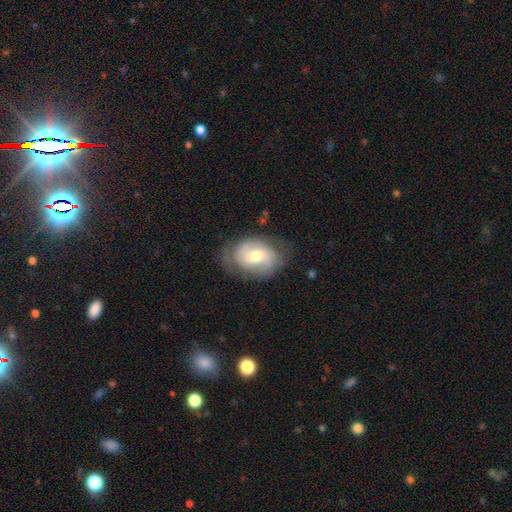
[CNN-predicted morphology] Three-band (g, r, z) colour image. It shows a featured or disk galaxy (59%) with no bar (49%), spiral arms (80%) and a moderate central bulge (66%). Merging: none (67%).